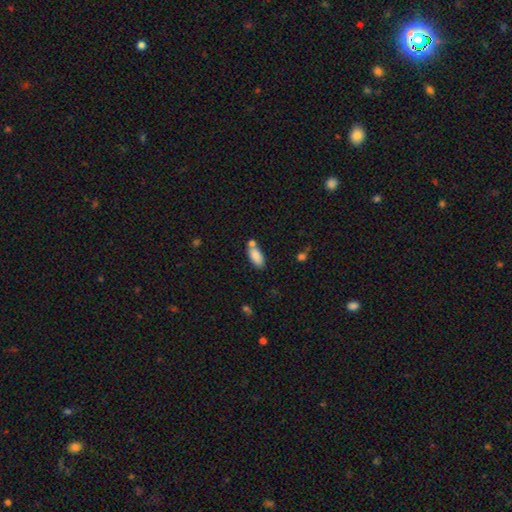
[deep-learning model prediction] Morphology: type=smooth (86%); roundness=in between (86%); merging=none (57%).